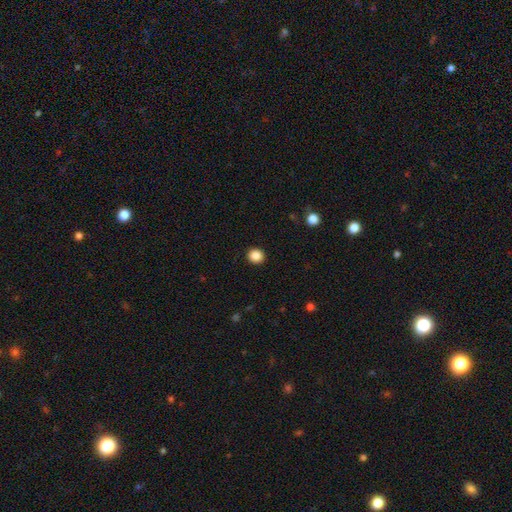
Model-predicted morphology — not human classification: This appears to be a smooth galaxy with no disk features (87%) that is round (86%). Merging: none (93%).